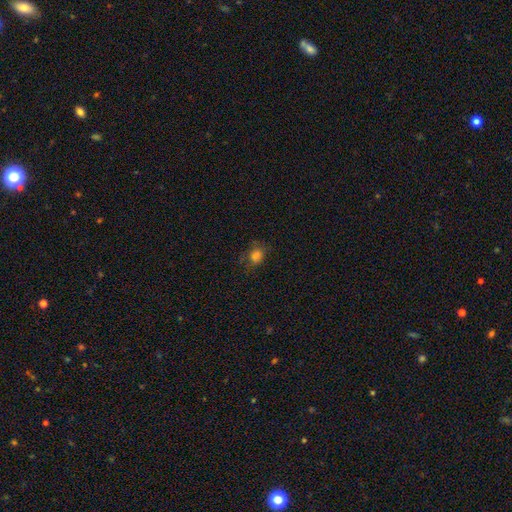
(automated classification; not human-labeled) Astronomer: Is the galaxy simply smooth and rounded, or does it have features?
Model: smooth — 72%.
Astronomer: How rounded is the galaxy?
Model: round — 55% (runner-up: in between, 44%).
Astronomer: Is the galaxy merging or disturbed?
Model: none — 61%.